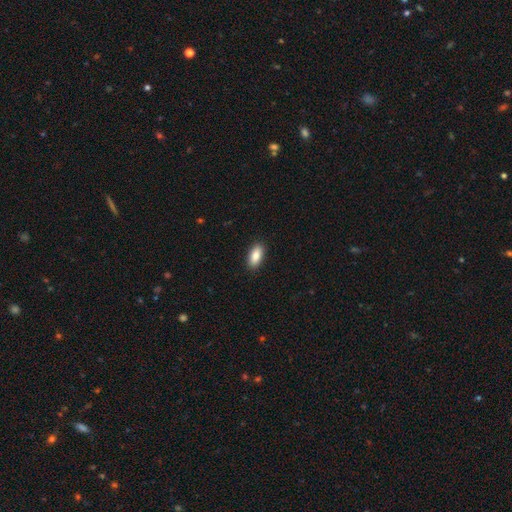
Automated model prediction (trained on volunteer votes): A smooth galaxy with no disk features (87%) that is in between round and cigar-shaped (90%). Merging: none (90%).